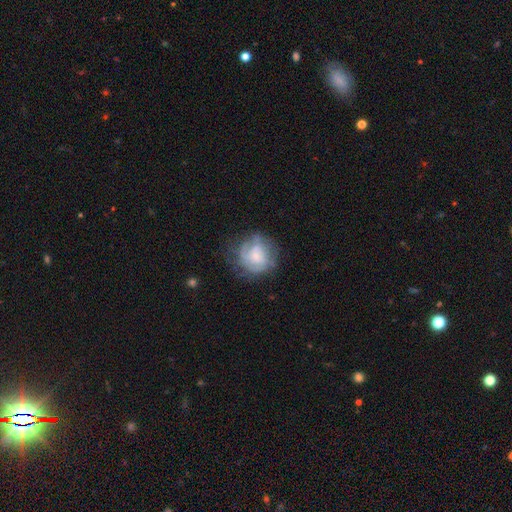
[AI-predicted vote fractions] Smooth or featured? Predicted: featured or disk (p=0.56). Edge-on disk? Predicted: no (p=0.98). Bar? Predicted: no (p=0.71). Spiral arms? Predicted: yes (p=0.67). Bulge size? Predicted: small (p=0.55). Merging? Predicted: none (p=0.58).